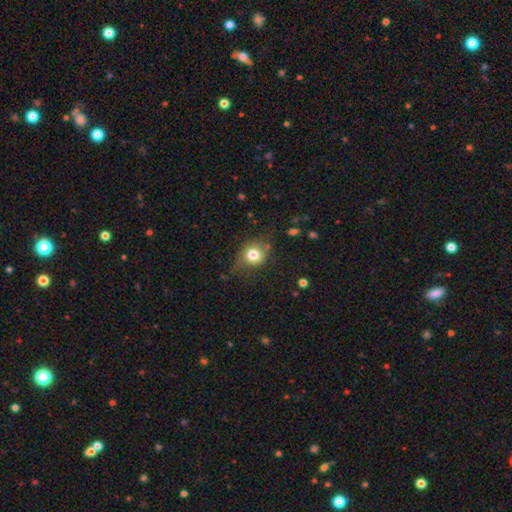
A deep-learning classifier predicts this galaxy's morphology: This is likely a smooth galaxy (75%). How rounded: clearly round (80%). Merging: likely none (63%).